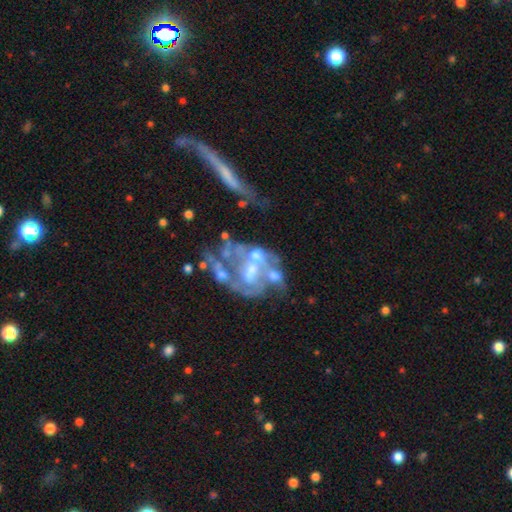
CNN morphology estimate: The model was most divided on "merging": merger: 33%, major disturbance: 30%, none: 24%, minor disturbance: 13%. Remaining: edge-on disk — no (97%); smooth or featured — featured or disk (75%); bar — no (69%); spiral arms — no (61%); bulge size — moderate (37%).